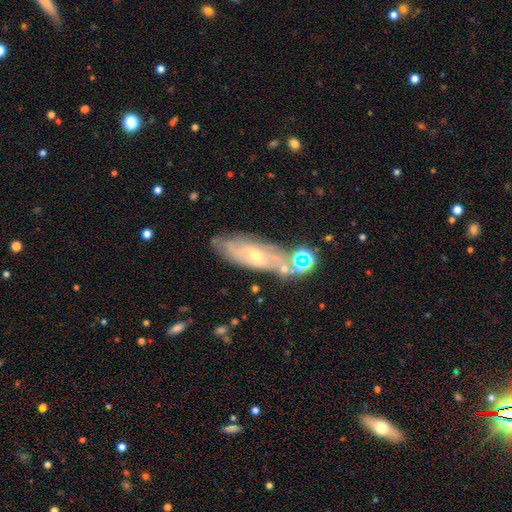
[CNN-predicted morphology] smooth_or_featured: featured or disk (p=0.67) [alt: smooth p=0.23]
disk_edge_on: no (p=0.76) [alt: yes p=0.24]
bar: no (p=0.50) [alt: weak p=0.38]
has_spiral_arms: yes (p=0.71) [alt: no p=0.29]
bulge_size: small (p=0.58) [alt: moderate p=0.36]
merging: none (p=0.58) [alt: minor disturbance p=0.19]